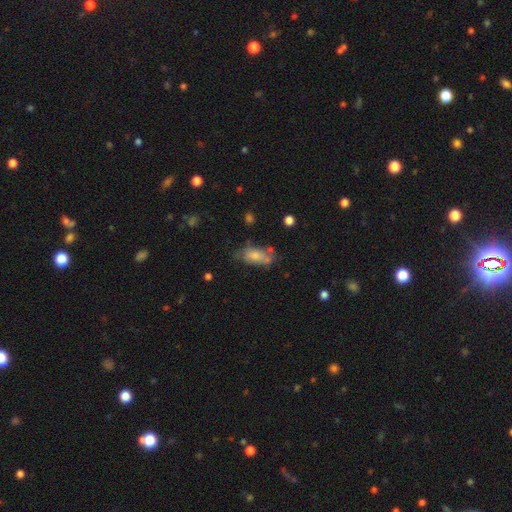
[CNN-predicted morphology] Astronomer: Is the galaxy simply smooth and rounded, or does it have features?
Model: smooth — 68%.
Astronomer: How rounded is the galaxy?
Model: in between — 86%.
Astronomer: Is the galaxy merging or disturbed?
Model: none — 42% (runner-up: minor disturbance, 29%).